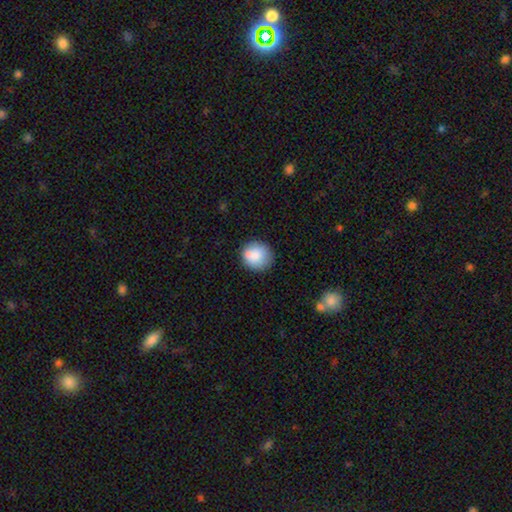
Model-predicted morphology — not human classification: This appears to be a smooth galaxy with no disk features (85%) that is round (85%). Merging: none (79%).